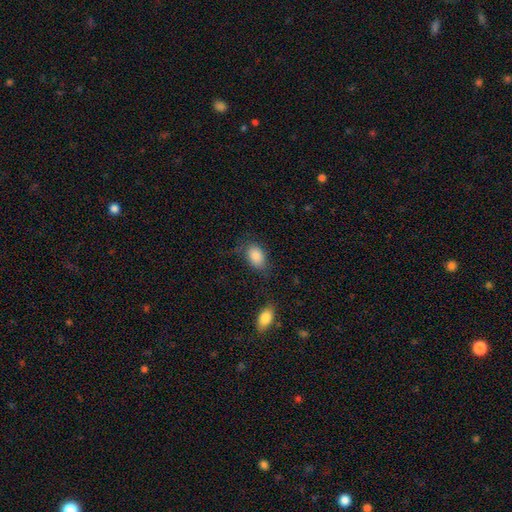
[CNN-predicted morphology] A smooth galaxy with no disk features (86%) that is in between round and cigar-shaped (83%). Merging: none (65%).